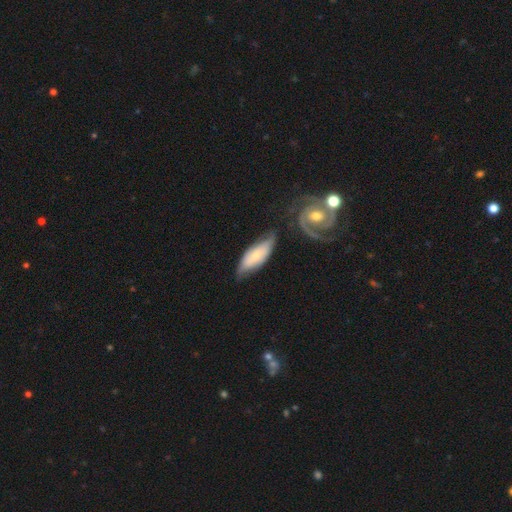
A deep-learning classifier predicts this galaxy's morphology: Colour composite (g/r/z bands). It shows a featured or disk galaxy (50%). Merging: none (56%).